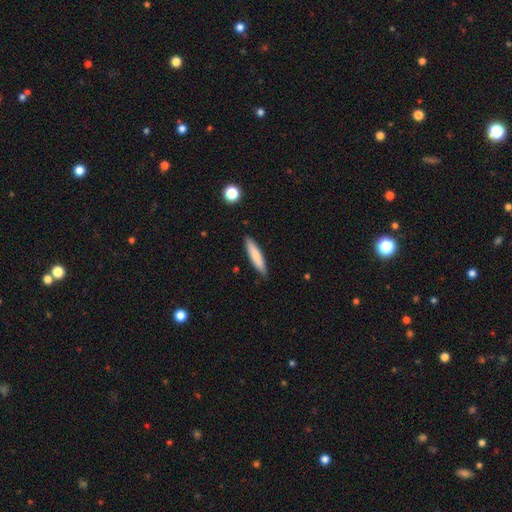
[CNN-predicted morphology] smooth-or-featured: smooth: 77% | featured or disk: 17% | star or artifact: 6%
  how-rounded: cigar-shaped: 84% | in between: 15% | round: 1%
  merging: none: 88% | minor disturbance: 9% | major disturbance: 2% | merger: 1%